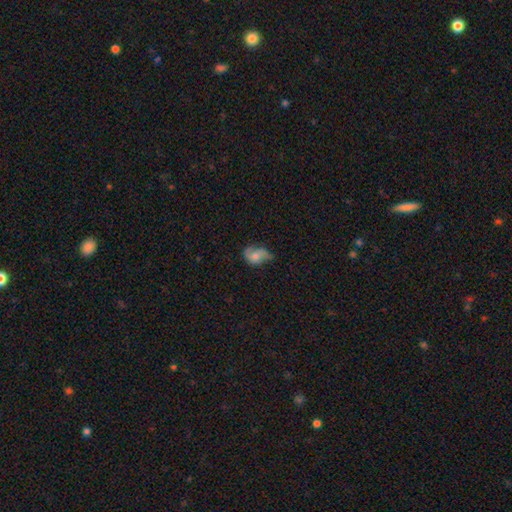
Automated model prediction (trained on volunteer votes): smooth_or_featured: smooth (p=0.55) [alt: featured or disk p=0.37]
how_rounded: in between (p=0.78) [alt: round p=0.20]
merging: minor disturbance (p=0.41) [alt: none p=0.35]